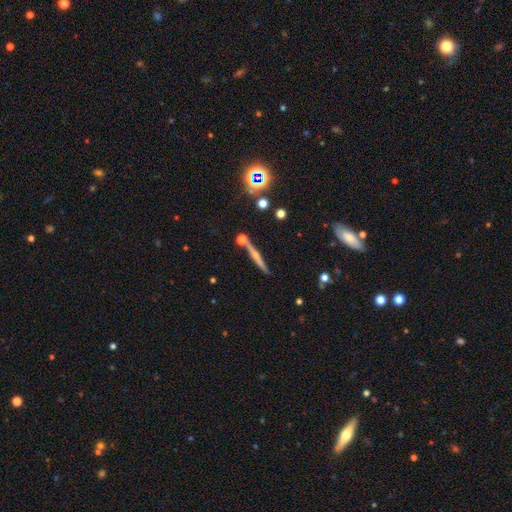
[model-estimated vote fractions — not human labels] This appears to be a featured or disk galaxy (60%) viewed edge-on (95%) with a rounded central bulge (74%). Merging: none (77%).